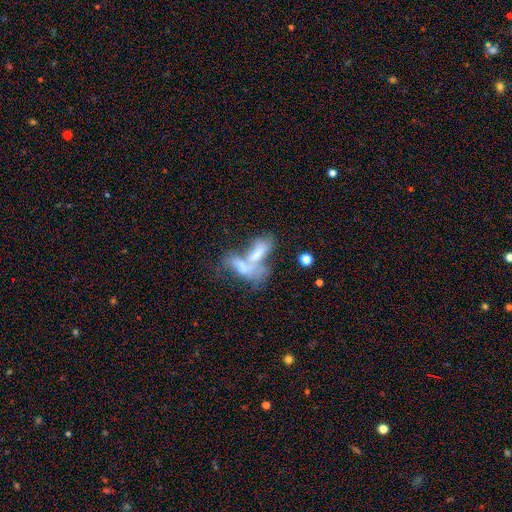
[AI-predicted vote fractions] Smooth or featured: smooth — 49% (featured or disk — 39%)
Merging: merger — 69% (none — 15%)